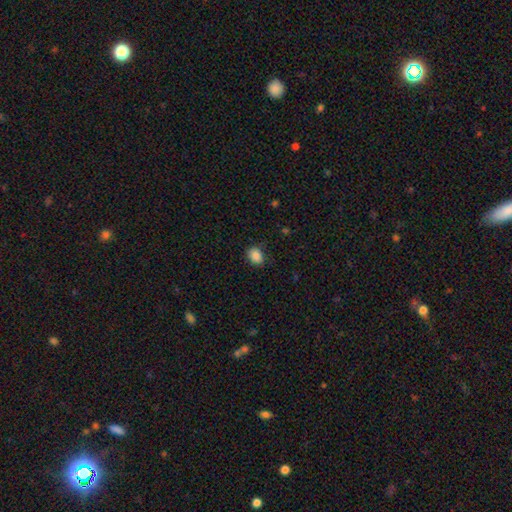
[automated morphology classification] This appears to be a smooth galaxy with no disk features (85%) that is in between round and cigar-shaped (55%). Merging: none (80%).